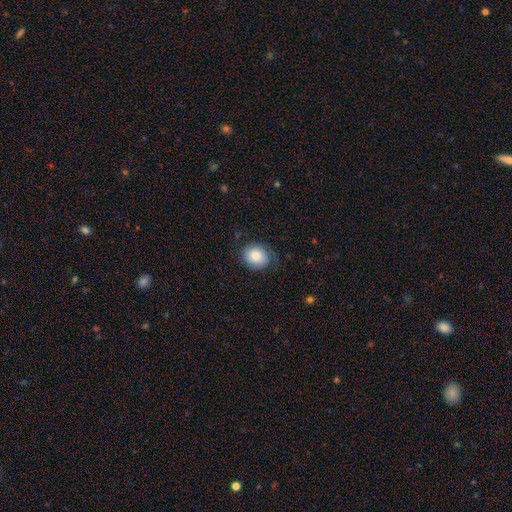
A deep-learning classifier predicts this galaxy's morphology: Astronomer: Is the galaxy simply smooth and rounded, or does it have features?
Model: smooth — 76%.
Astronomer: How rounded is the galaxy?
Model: round — 66%.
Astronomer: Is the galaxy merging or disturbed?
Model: none — 69%.